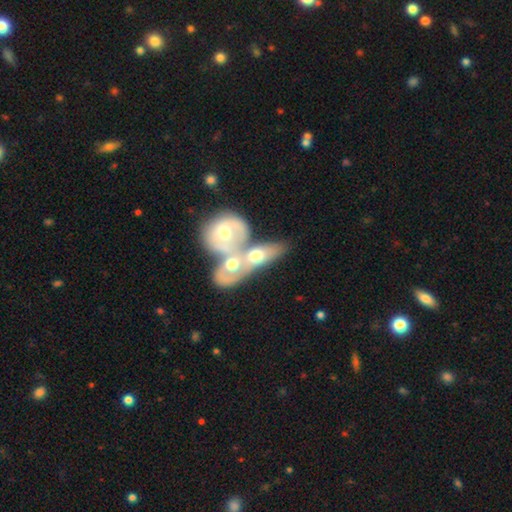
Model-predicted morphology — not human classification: type=smooth (48%); merging=merger (73%).